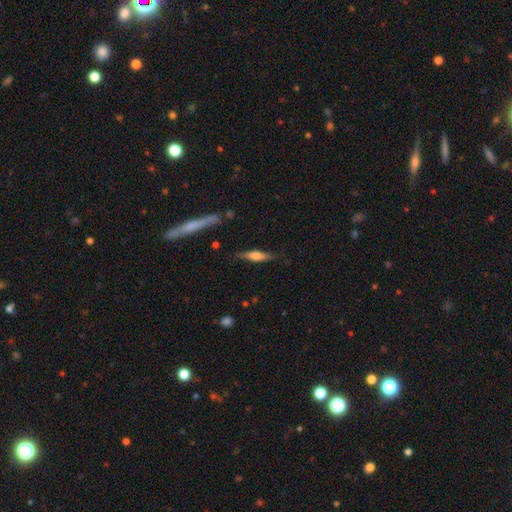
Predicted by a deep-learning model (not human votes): Q: Smooth or featured?
A: featured or disk (50%); runner-up: smooth (44%)
Q: Merging?
A: none (81%); runner-up: minor disturbance (13%)